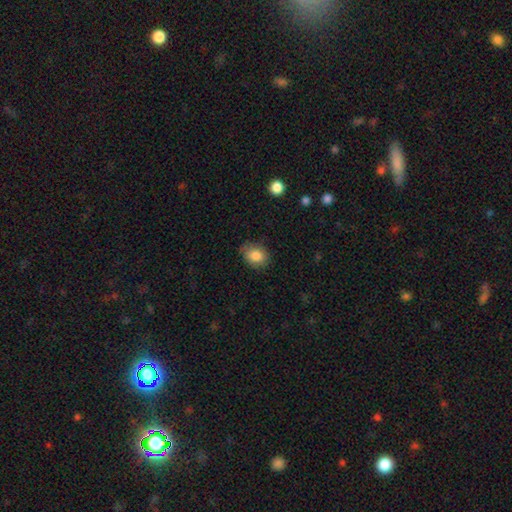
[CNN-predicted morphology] This appears to be a smooth galaxy with no disk features (84%) that is in between round and cigar-shaped (54%). Merging: none (76%).